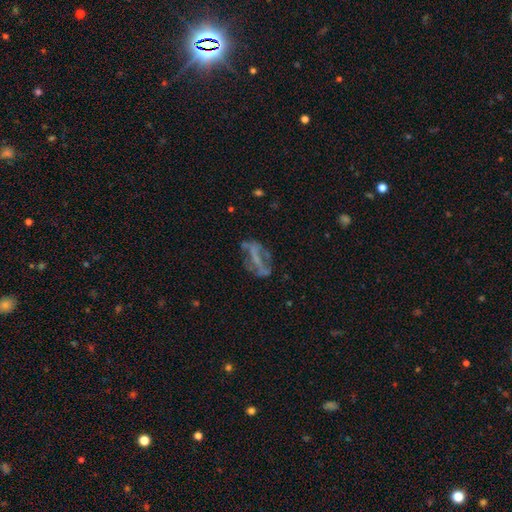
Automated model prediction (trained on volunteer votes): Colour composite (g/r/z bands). It shows a featured or disk galaxy (64%) with a strong bar (39%), no spiral arms (61%) and no central bulge (59%). Merging: none (51%).